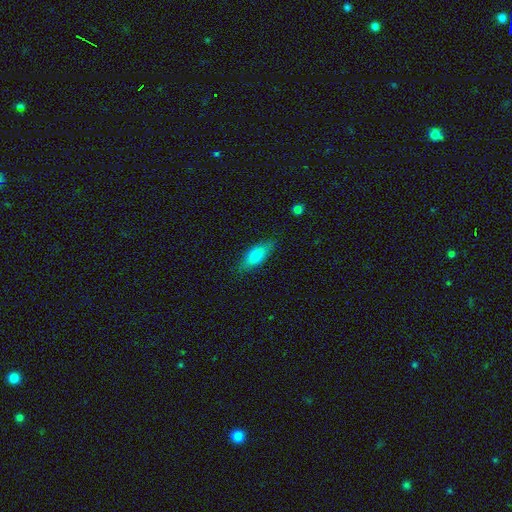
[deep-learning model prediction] This is likely a smooth galaxy (79%). How rounded: likely in between (68%). Merging: clearly none (80%).